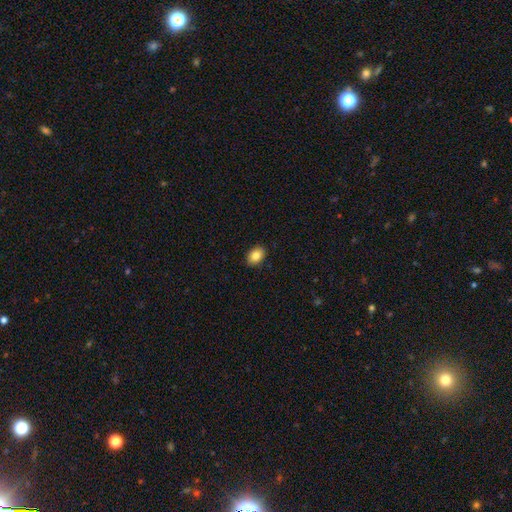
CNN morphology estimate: Smooth or featured? Predicted: smooth (p=0.84). How rounded? Predicted: in between (p=0.76). Merging? Predicted: none (p=0.90).